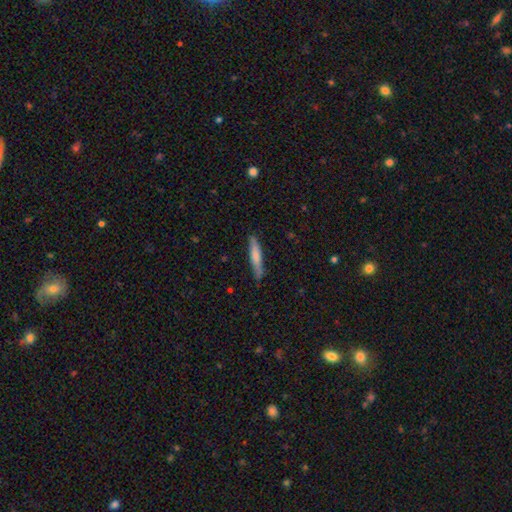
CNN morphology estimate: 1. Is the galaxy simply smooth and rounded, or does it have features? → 70% smooth, 25% featured or disk, 6% star or artifact.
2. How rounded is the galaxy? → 91% cigar-shaped, 8% in between, 1% round.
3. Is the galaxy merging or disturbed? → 85% none, 12% minor disturbance, 2% major disturbance, 1% merger.